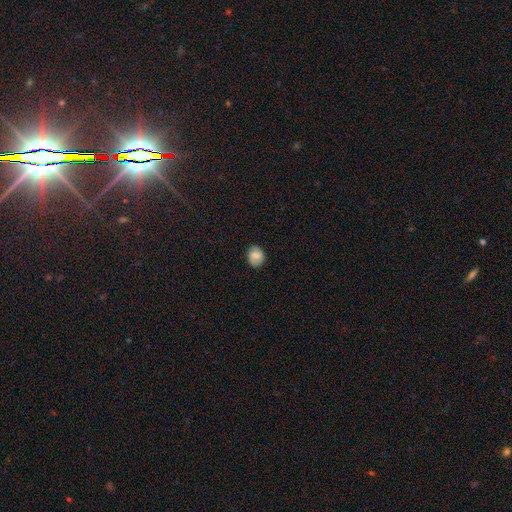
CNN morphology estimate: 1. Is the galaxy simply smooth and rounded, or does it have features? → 67% smooth, 24% featured or disk, 9% star or artifact.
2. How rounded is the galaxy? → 56% round, 43% in between, 1% cigar-shaped.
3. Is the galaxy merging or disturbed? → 80% none, 15% minor disturbance, 4% major disturbance, 1% merger.